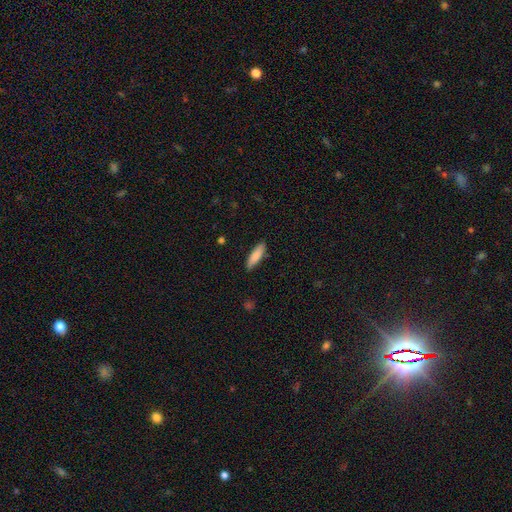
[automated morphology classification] This is clearly a smooth galaxy (84%). How rounded: possibly cigar-shaped (60%). Merging: clearly none (87%).